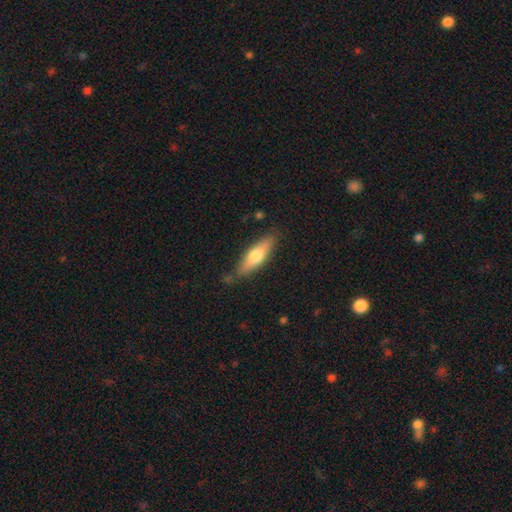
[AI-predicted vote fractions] A smooth galaxy with no disk features (62%) that is cigar-shaped (59%).

Vote fractions:
- Smooth or featured? smooth: 62% / featured or disk: 33% / star or artifact: 6%
- How rounded? cigar-shaped: 59% / in between: 39% / round: 2%
- Merging? none: 79% / minor disturbance: 16% / major disturbance: 3% / merger: 3%